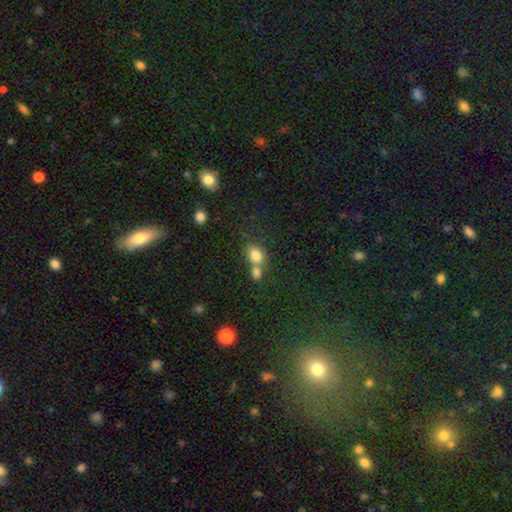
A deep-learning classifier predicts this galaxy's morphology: This is clearly a smooth galaxy (80%). How rounded: possibly round (49%, tied with in between). Merging: possibly merger (53%).